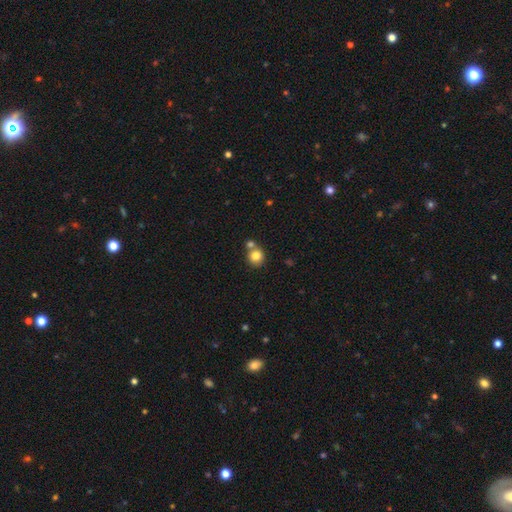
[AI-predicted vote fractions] Q: Smooth or featured?
A: smooth (82%); runner-up: star or artifact (10%)
Q: How rounded?
A: round (87%); runner-up: in between (12%)
Q: Merging?
A: none (57%); runner-up: merger (32%)